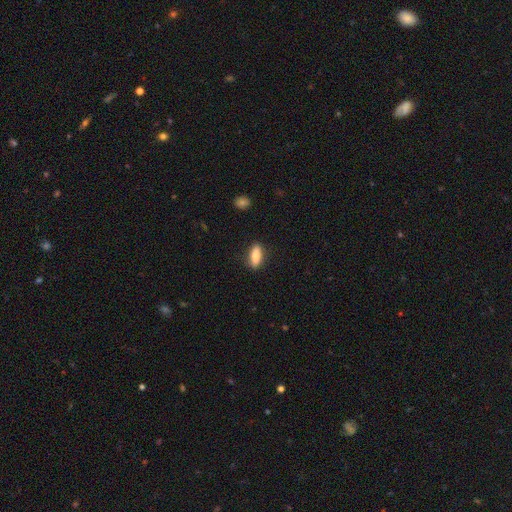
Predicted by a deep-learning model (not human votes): Overall: smooth (78%). How rounded: in between (58%; cigar-shaped 39%). Merging: none (87%).